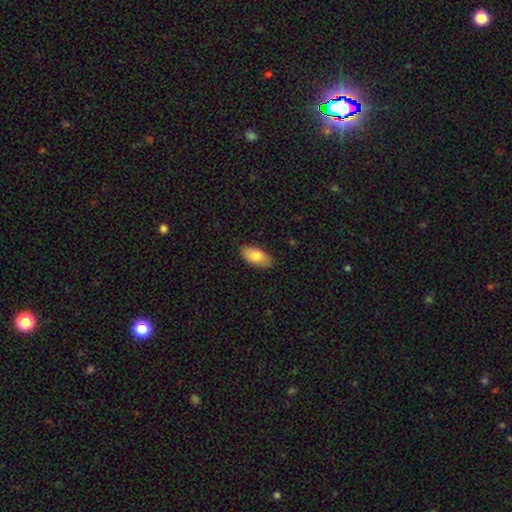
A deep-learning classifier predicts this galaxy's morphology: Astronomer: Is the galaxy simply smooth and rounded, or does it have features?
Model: smooth — 81%.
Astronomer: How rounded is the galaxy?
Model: in between — 93%.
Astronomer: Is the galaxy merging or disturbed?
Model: none — 86%.